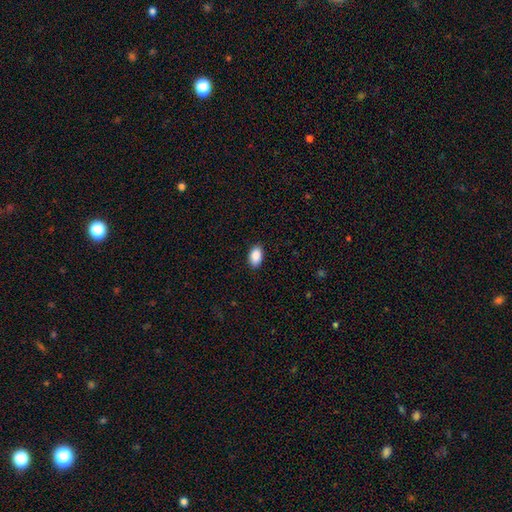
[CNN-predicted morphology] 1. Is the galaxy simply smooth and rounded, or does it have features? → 90% smooth, 7% star or artifact, 3% featured or disk.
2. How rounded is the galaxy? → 93% in between, 6% round, 1% cigar-shaped.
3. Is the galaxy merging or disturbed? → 89% none, 8% minor disturbance, 2% major disturbance, 1% merger.